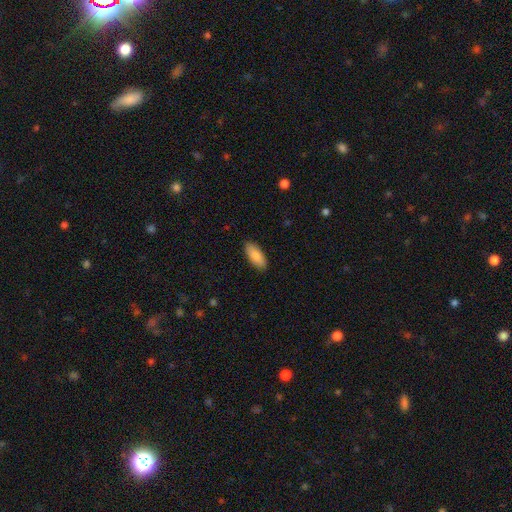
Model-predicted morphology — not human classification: This appears to be a smooth galaxy with no disk features (87%) that is in between round and cigar-shaped (80%). Merging: none (88%).